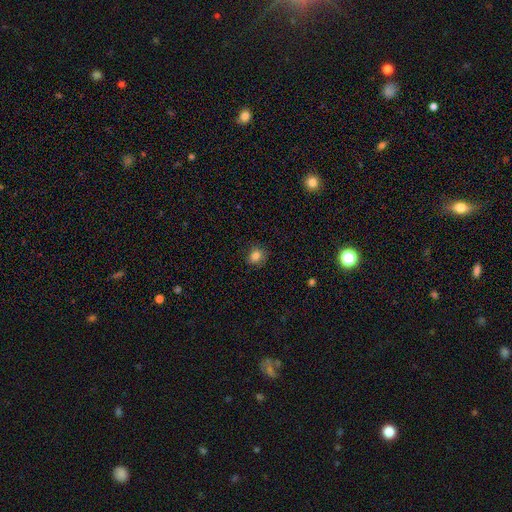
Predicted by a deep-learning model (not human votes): A smooth galaxy with no disk features (83%) that is round (73%).

Vote fractions:
- Smooth or featured? smooth: 83% / star or artifact: 12% / featured or disk: 5%
- How rounded? round: 73% / in between: 26% / cigar-shaped: 1%
- Merging? none: 83% / minor disturbance: 13% / major disturbance: 3% / merger: 1%